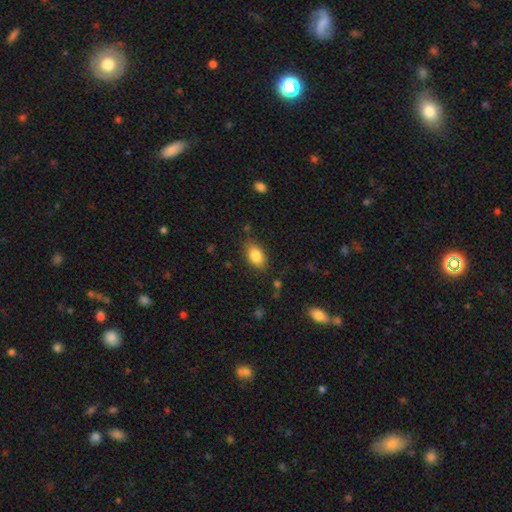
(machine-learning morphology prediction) Smooth or featured: smooth — 85% (star or artifact — 8%)
How rounded: in between — 90% (round — 8%)
Merging: none — 82% (minor disturbance — 13%)